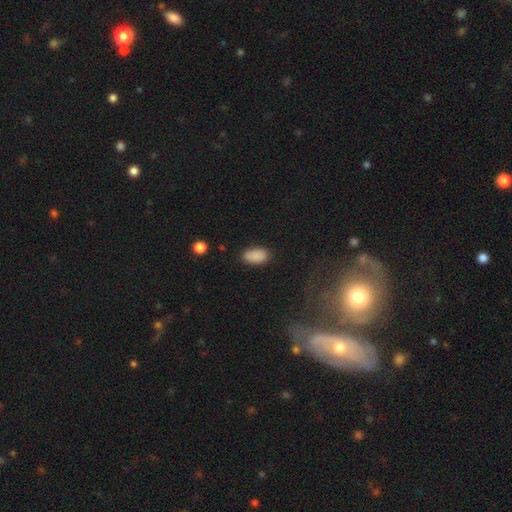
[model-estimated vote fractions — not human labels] Smooth or featured? Predicted: smooth (p=0.89). How rounded? Predicted: in between (p=0.94). Merging? Predicted: none (p=0.85).